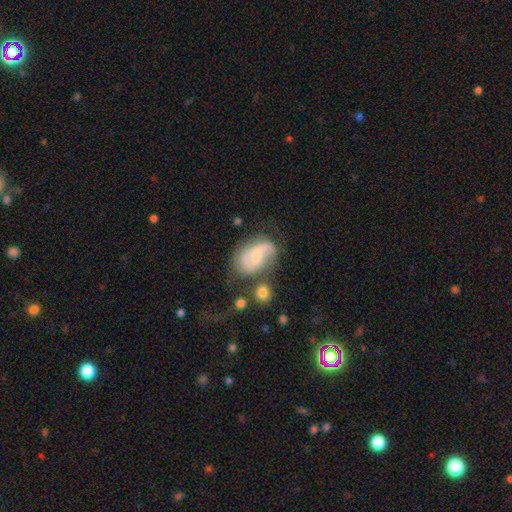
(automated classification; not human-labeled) Smooth or featured?
  - featured or disk: 69% *
  - smooth: 24%
  - star or artifact: 7%
Edge-on disk?
  - no: 97% *
  - yes: 3%
Bar?
  - no: 44% * (tied)
  - weak: 44% * (tied)
  - strong: 11%
Spiral arms?
  - yes: 89% *
  - no: 11%
Spiral winding?
  - medium: 44% *
  - loose: 35%
  - tight: 21%
Spiral arm count?
  - 2: 77% *
  - can't tell: 11%
  - 1: 7%
  - 3: 3%
  - 4: 1%
  - more than 4: 1%
Bulge size?
  - moderate: 44% *
  - small: 42%
  - none: 9%
  - large: 5%
  - dominant: 1%
Merging?
  - none: 50% *
  - minor disturbance: 23%
  - major disturbance: 15%
  - merger: 12%